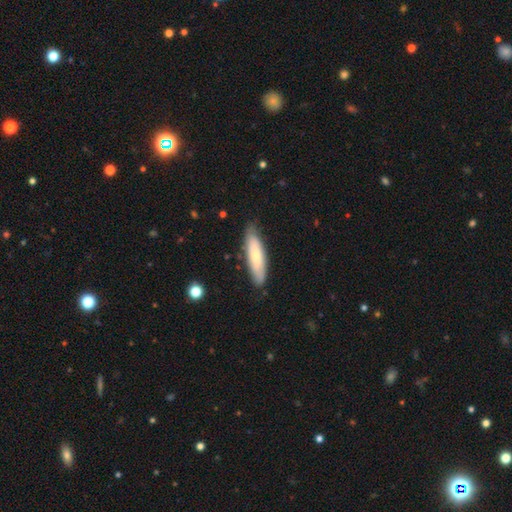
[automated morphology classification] Q: Smooth or featured?
A: smooth (69%); runner-up: featured or disk (26%)
Q: How rounded?
A: cigar-shaped (67%); runner-up: in between (31%)
Q: Merging?
A: none (80%); runner-up: minor disturbance (16%)